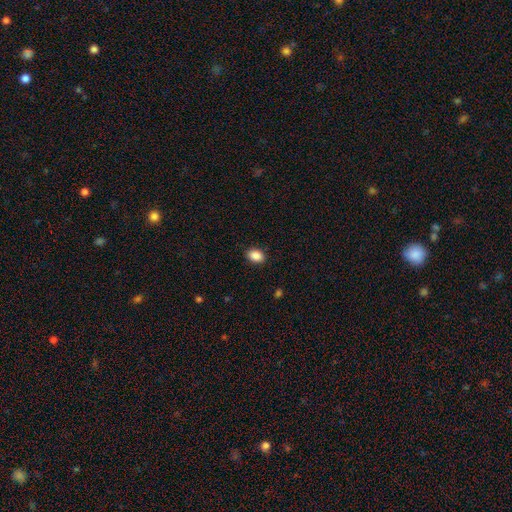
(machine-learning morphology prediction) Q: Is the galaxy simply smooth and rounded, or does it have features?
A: smooth — 89%.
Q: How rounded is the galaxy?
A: in between — 82%.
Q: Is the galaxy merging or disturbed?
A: none — 89%.